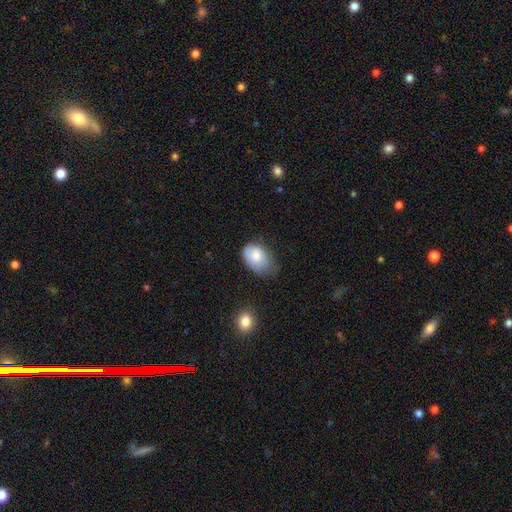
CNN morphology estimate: Overall: smooth (80%). How rounded: in between (84%). Merging: minor disturbance (42%; none 41%).